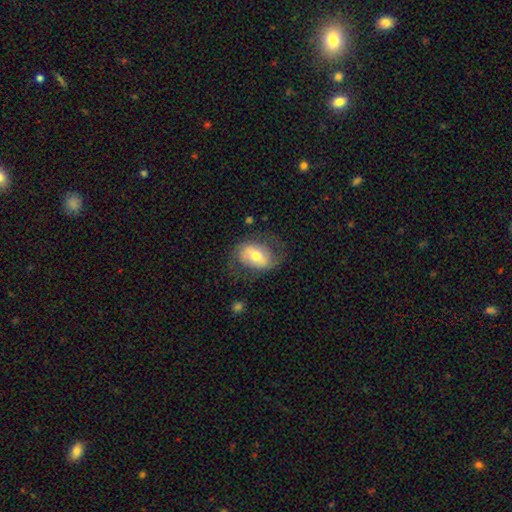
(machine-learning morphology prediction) Overall: featured or disk (50%; smooth 43%). Edge-on disk: no (94%). Merging: none (60%; minor disturbance 22%).